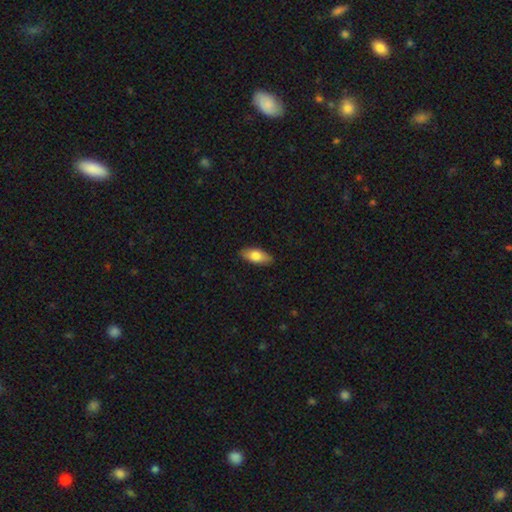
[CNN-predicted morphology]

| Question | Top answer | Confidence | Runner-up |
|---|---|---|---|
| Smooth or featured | smooth | 78% | featured or disk (16%) |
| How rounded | in between | 86% | cigar-shaped (12%) |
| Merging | none | 88% | minor disturbance (9%) |